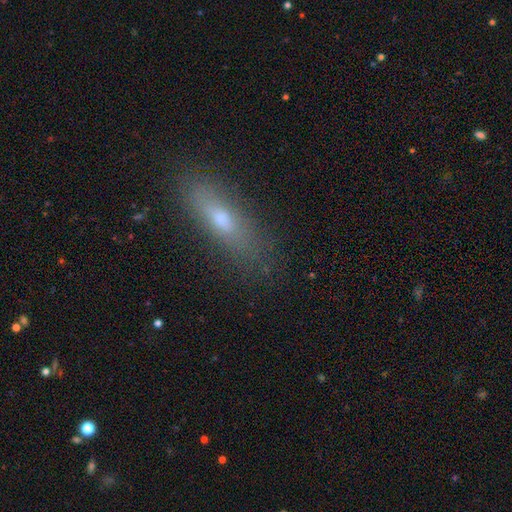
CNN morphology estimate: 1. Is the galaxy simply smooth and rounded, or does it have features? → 58% smooth, 29% featured or disk, 13% star or artifact.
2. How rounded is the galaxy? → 59% cigar-shaped, 38% in between, 4% round.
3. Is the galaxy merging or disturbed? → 83% none, 12% minor disturbance, 3% major disturbance, 1% merger.